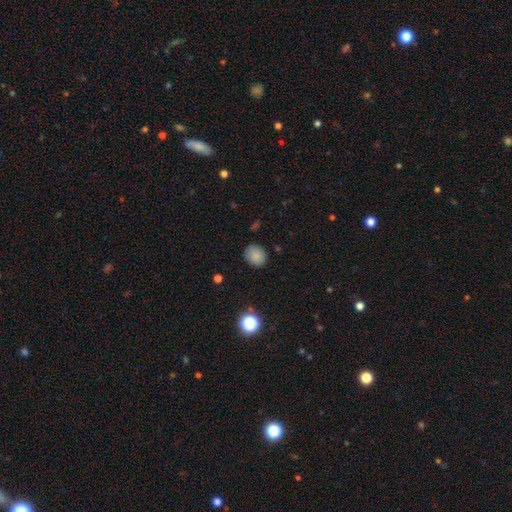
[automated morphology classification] This is clearly a smooth galaxy (84%). How rounded: likely round (65%). Merging: clearly none (83%).